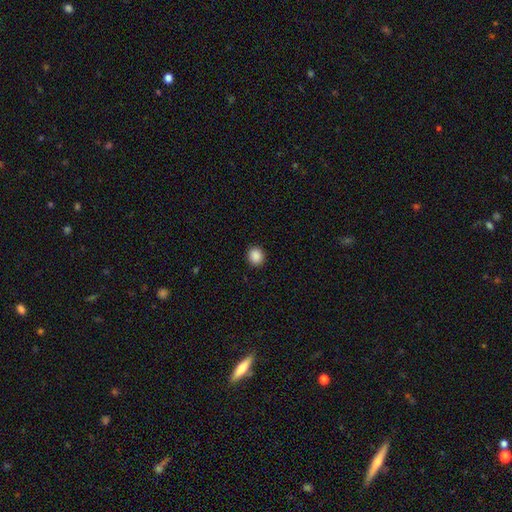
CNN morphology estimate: Overall: smooth (89%). How rounded: round (81%). Merging: none (91%).